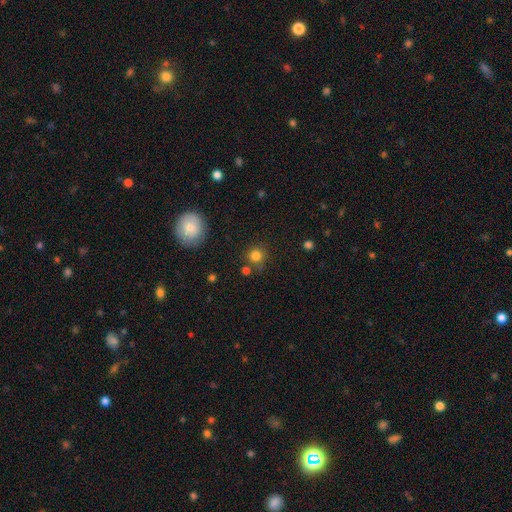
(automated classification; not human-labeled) Overall: smooth (80%). How rounded: round (91%). Merging: none (77%).